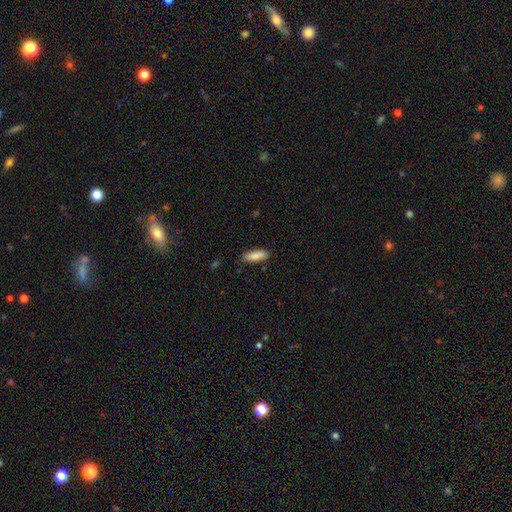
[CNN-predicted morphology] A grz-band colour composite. It shows a smooth galaxy with no disk features (88%) that is in between round and cigar-shaped (56%). Merging: none (87%).